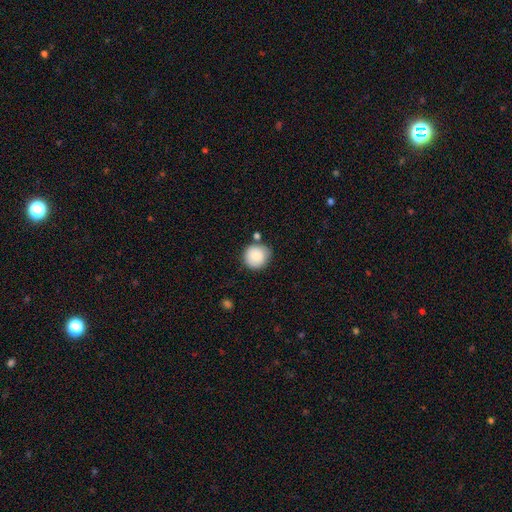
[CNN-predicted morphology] Smooth or featured: smooth — 85% (star or artifact — 8%)
How rounded: round — 92% (in between — 7%)
Merging: none — 73% (minor disturbance — 15%)